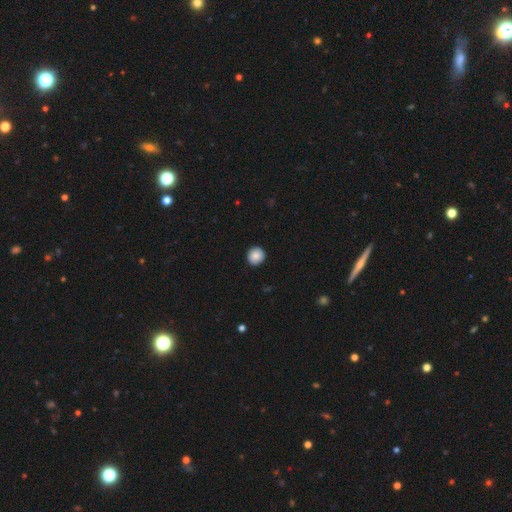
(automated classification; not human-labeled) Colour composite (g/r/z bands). It shows a smooth galaxy with no disk features (87%) that is round (92%). Merging: none (91%).